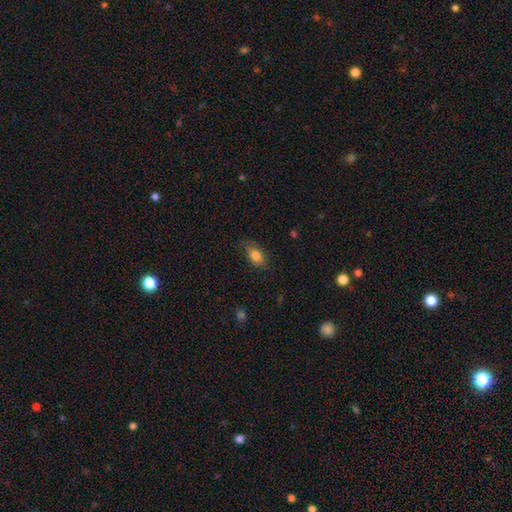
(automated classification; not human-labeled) Smooth or featured? smooth (78%)
How rounded? in between (89%)
Merging? none (70%)